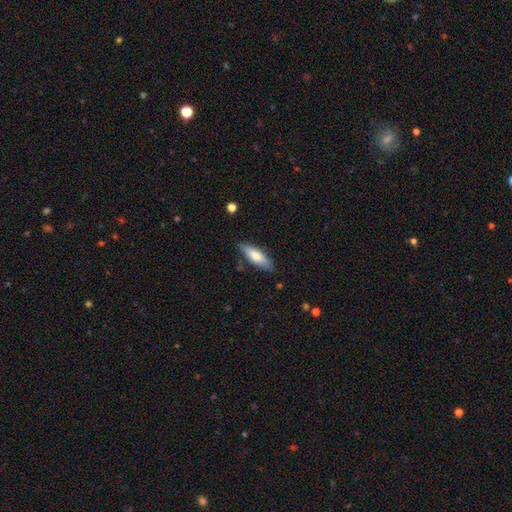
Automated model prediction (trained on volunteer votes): Smooth or featured? Predicted: smooth (p=0.73). How rounded? Predicted: in between (p=0.54). Merging? Predicted: none (p=0.84).